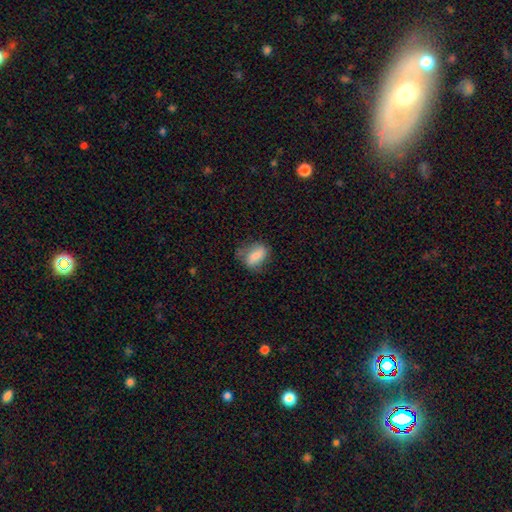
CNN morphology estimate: type=smooth (71%); roundness=in between (82%); merging=none (59%).